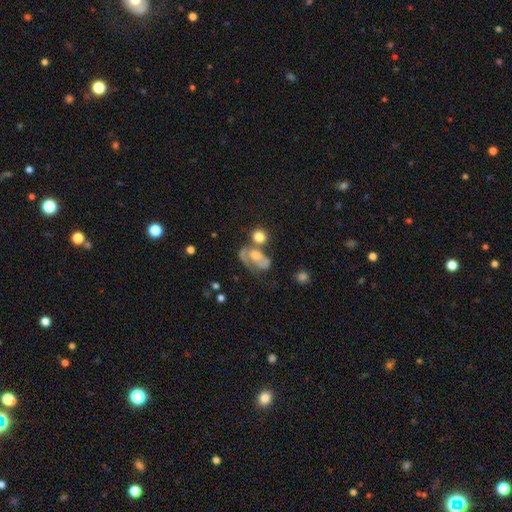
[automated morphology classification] Smooth or featured? featured or disk (55%)
Edge-on disk? no (95%)
Bar? no (71%)
Spiral arms? yes (66%)
Bulge size? moderate (52%)
Merging? none (31%)